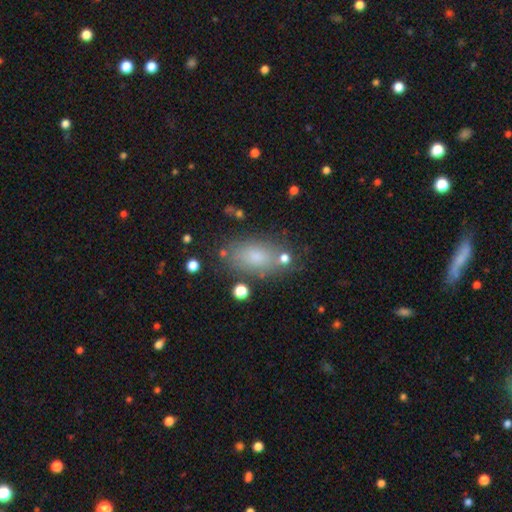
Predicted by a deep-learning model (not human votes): This is likely a smooth galaxy (73%). How rounded: clearly in between (86%). Merging: likely none (76%).